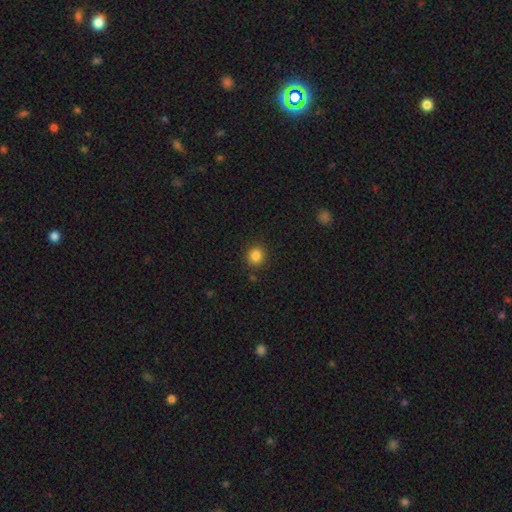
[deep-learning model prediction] Smooth or featured? smooth (84%)
How rounded? round (87%)
Merging? none (89%)